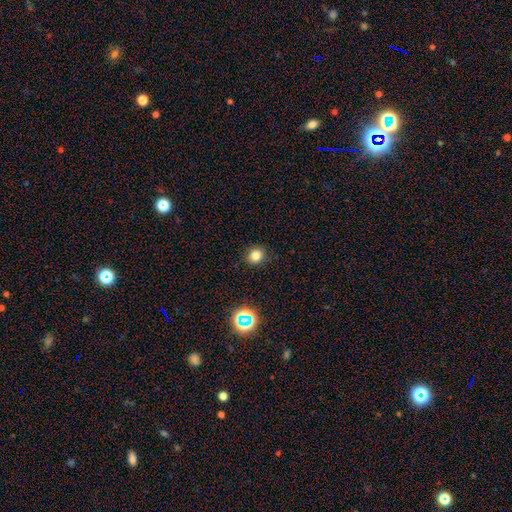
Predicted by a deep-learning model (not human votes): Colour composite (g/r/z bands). It shows a smooth galaxy with no disk features (78%) that is round (86%). Merging: none (90%).